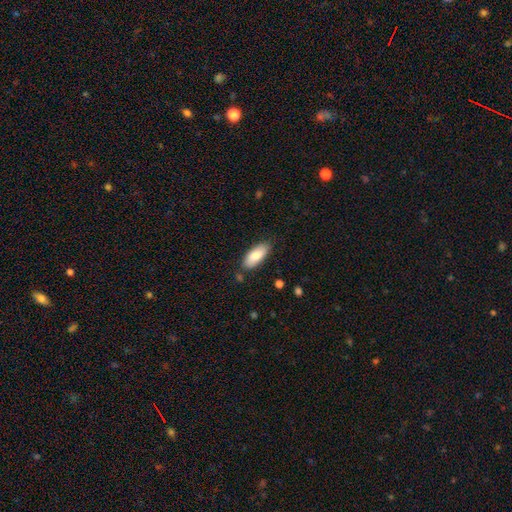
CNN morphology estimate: Smooth or featured? Predicted: smooth (p=0.79). How rounded? Predicted: in between (p=0.84). Merging? Predicted: none (p=0.81).